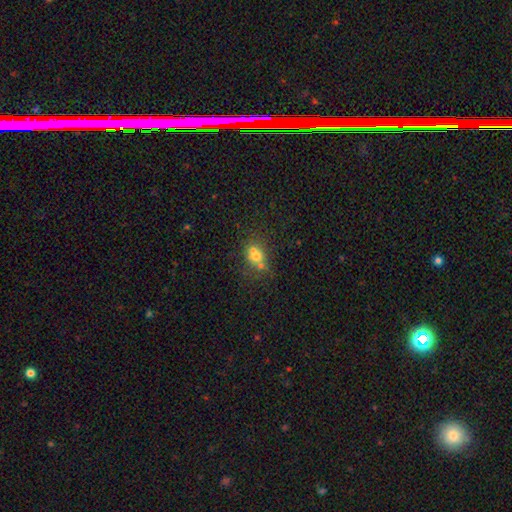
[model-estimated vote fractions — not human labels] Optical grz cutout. It shows a smooth galaxy with no disk features (58%) that is round (71%). Merging: merger (50%).